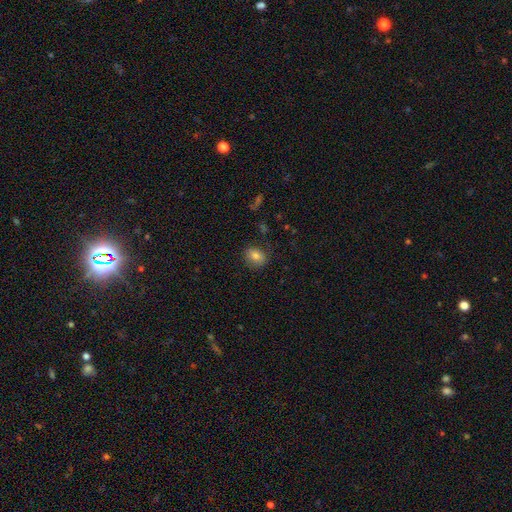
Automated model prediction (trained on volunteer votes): A smooth galaxy with no disk features (78%) that is in between round and cigar-shaped (55%). Merging: none (80%).